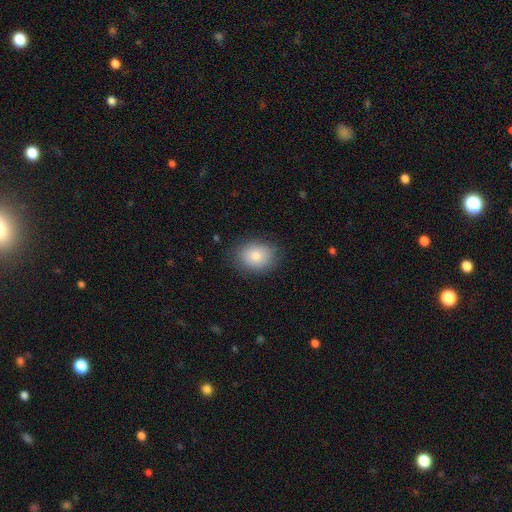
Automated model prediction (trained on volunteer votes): Smooth or featured?
  - smooth: 82% *
  - featured or disk: 10%
  - star or artifact: 8%
How rounded?
  - in between: 54% *
  - round: 45%
  - cigar-shaped: 1%
Merging?
  - none: 82% *
  - minor disturbance: 13%
  - major disturbance: 4%
  - merger: 1%